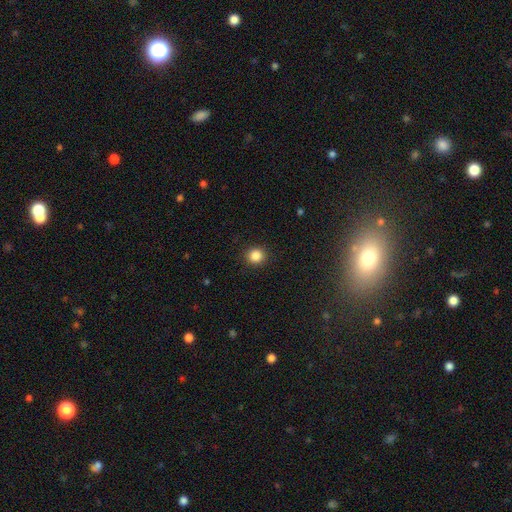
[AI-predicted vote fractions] A smooth galaxy with no disk features (86%) that is round (90%). Merging: none (91%).